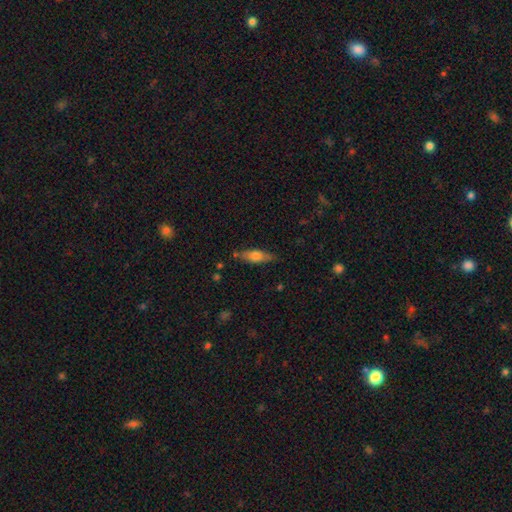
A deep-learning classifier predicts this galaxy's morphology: Smooth or featured? Predicted: smooth (p=0.61). How rounded? Predicted: in between (p=0.52). Merging? Predicted: none (p=0.78).